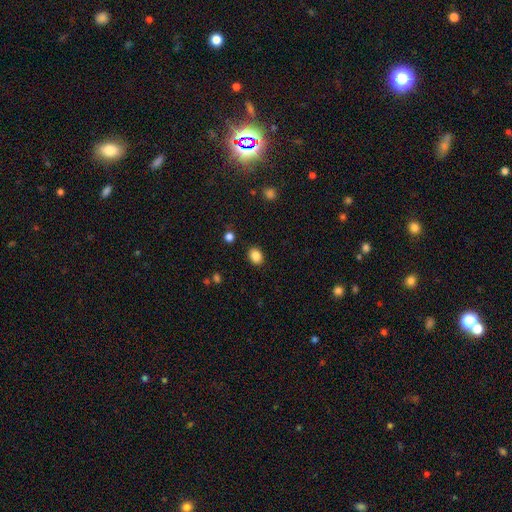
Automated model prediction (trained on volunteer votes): A smooth galaxy with no disk features (86%) that is in between round and cigar-shaped (56%). Merging: none (88%).